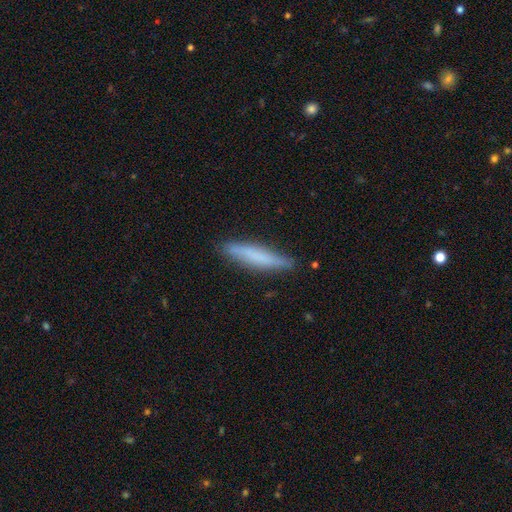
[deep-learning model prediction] Smooth or featured: smooth — 65% (featured or disk — 28%)
How rounded: cigar-shaped — 91% (in between — 7%)
Merging: none — 85% (minor disturbance — 12%)